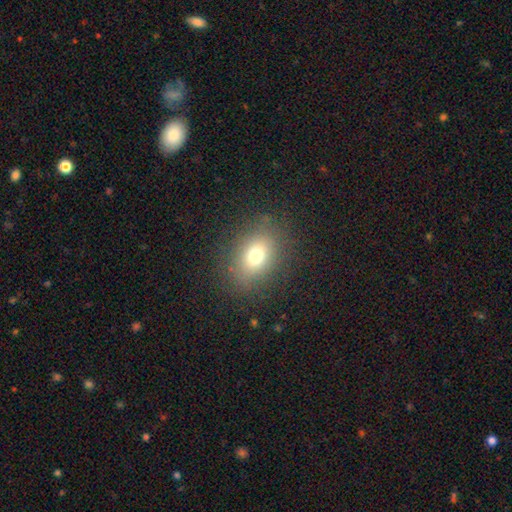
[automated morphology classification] Smooth or featured? smooth (72%)
How rounded? in between (60%)
Merging? none (83%)